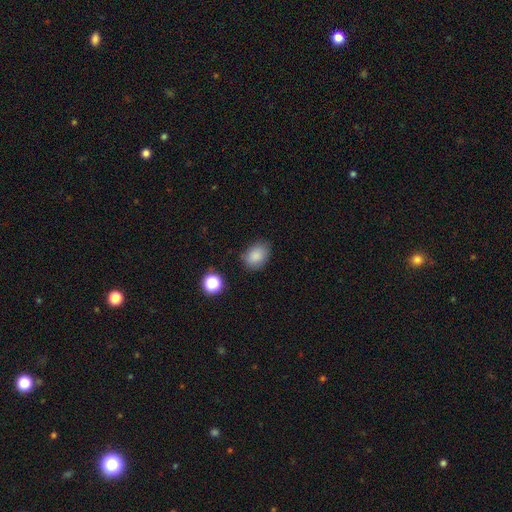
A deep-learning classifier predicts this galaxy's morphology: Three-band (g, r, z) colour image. It shows a smooth galaxy with no disk features (86%) that is in between round and cigar-shaped (69%). Merging: none (75%).